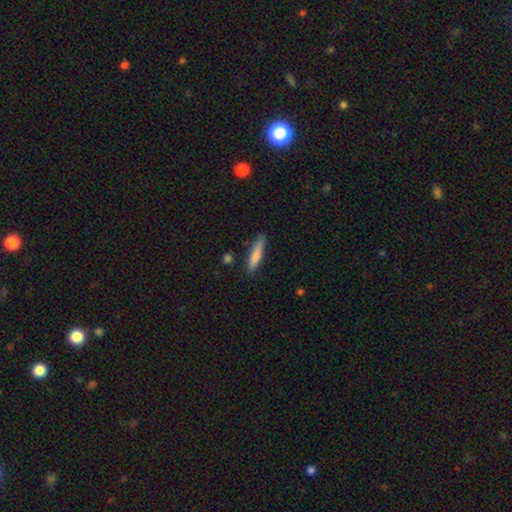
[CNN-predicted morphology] This is likely a smooth galaxy (77%). How rounded: clearly cigar-shaped (85%). Merging: likely none (79%).